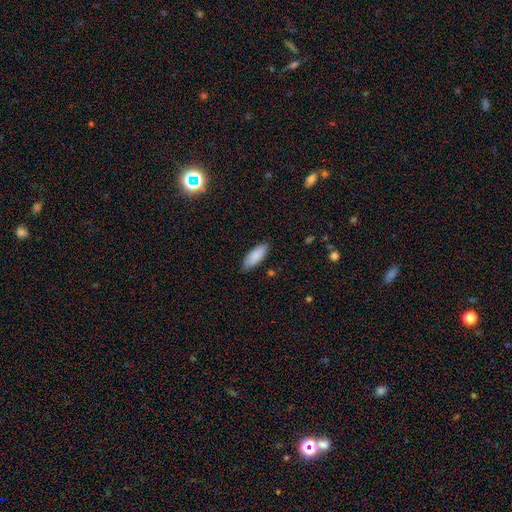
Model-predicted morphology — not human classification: type=smooth (88%); roundness=in between (76%); merging=none (84%).